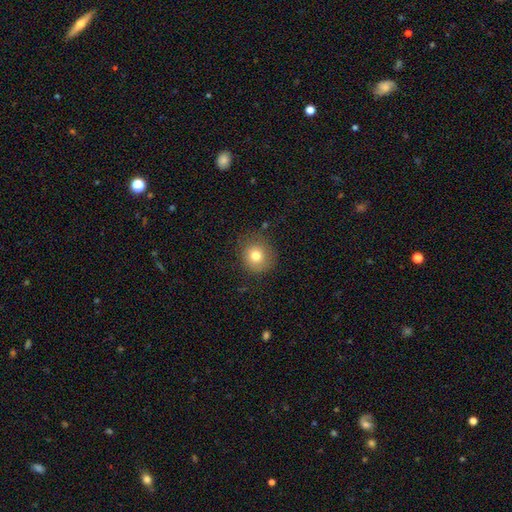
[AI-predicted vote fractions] This is likely a smooth galaxy (77%). How rounded: clearly round (87%). Merging: likely none (80%).